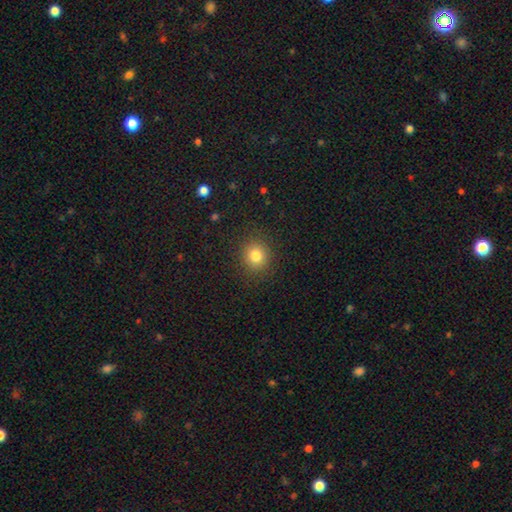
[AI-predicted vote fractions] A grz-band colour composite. It shows a smooth galaxy with no disk features (81%) that is round (82%). Merging: none (88%).